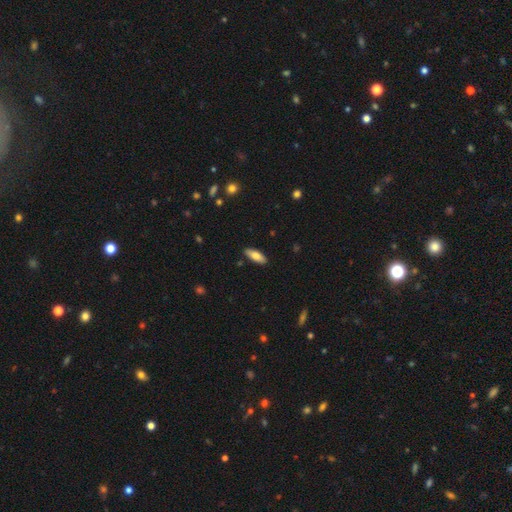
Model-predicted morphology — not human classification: smooth_or_featured: smooth (p=0.76) [alt: featured or disk p=0.18]
how_rounded: in between (p=0.70) [alt: cigar-shaped p=0.28]
merging: none (p=0.87) [alt: minor disturbance p=0.09]